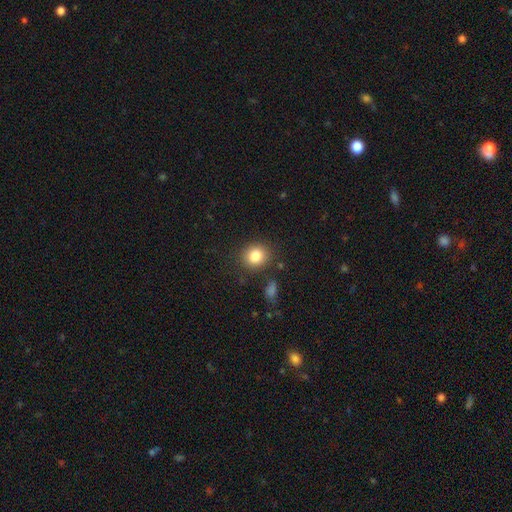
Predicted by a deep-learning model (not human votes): A smooth galaxy with no disk features (83%) that is round (74%). Merging: none (84%).